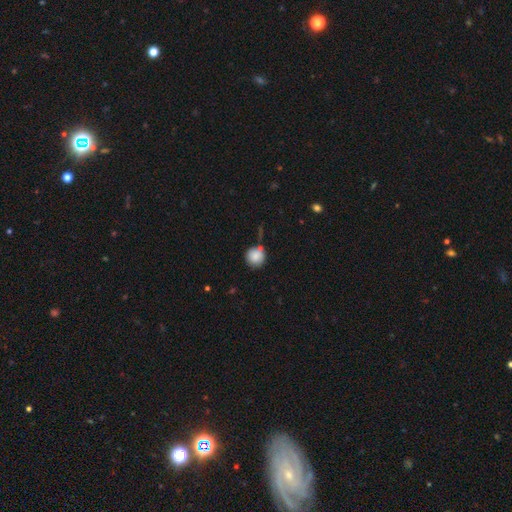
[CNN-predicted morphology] Q: Smooth or featured?
A: smooth (86%); runner-up: star or artifact (8%)
Q: How rounded?
A: round (93%); runner-up: in between (6%)
Q: Merging?
A: none (69%); runner-up: minor disturbance (16%)